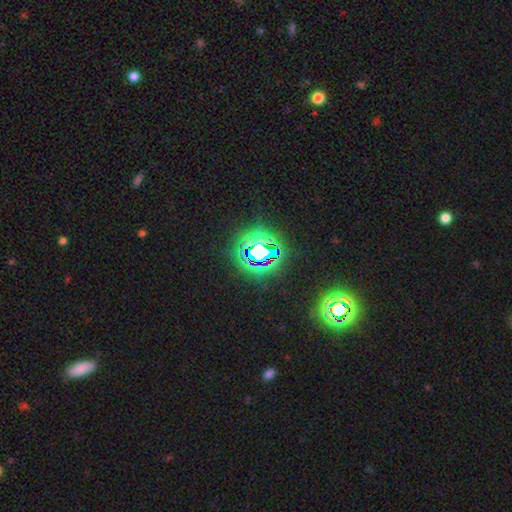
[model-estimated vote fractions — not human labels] Overall: star or artifact (77%).